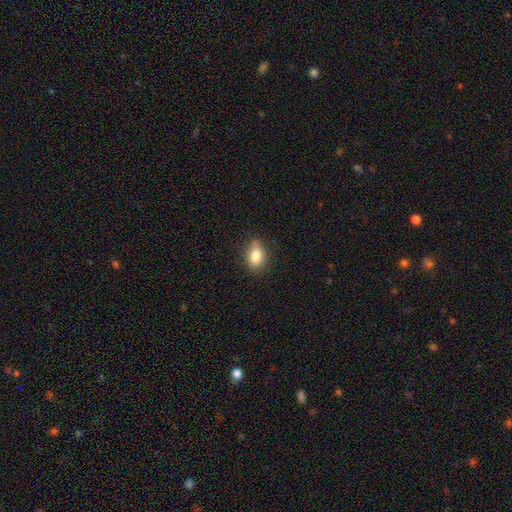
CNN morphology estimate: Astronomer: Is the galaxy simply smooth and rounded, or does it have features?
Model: smooth — 83%.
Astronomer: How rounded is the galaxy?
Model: in between — 83%.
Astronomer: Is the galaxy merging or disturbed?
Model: none — 78%.